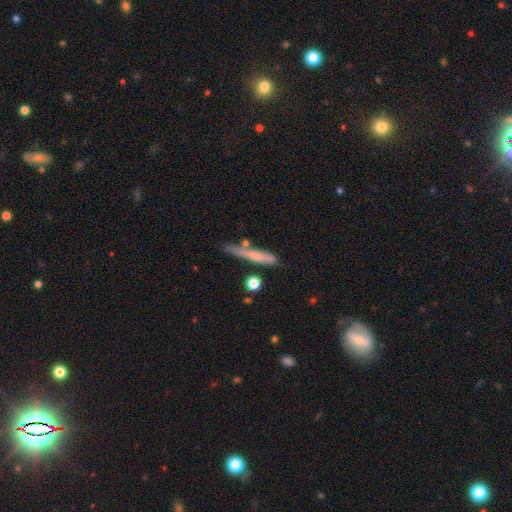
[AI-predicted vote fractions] A smooth galaxy with no disk features (60%) that is cigar-shaped (91%). Merging: none (66%).